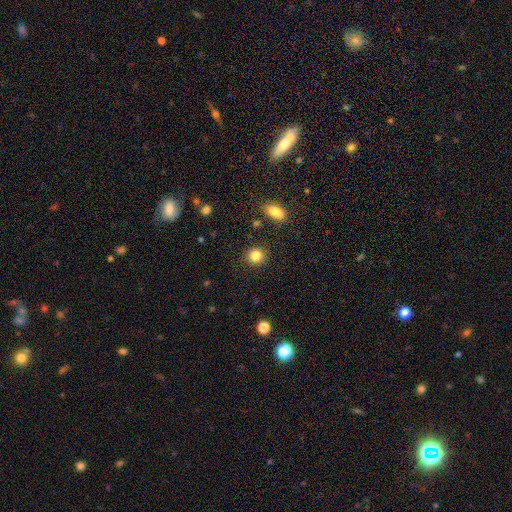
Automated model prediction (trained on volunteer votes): Morphology: type=smooth (85%); roundness=round (89%); merging=none (89%).